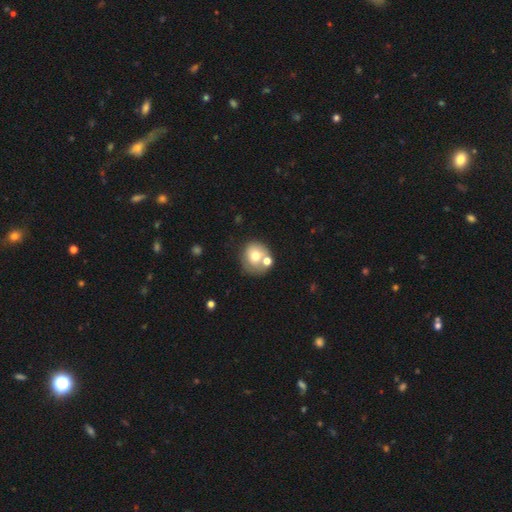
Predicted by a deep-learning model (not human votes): Smooth or featured?
  - smooth: 67% *
  - featured or disk: 24%
  - star or artifact: 9%
How rounded?
  - round: 81% *
  - in between: 18%
  - cigar-shaped: 1%
Merging?
  - none: 49% *
  - merger: 28%
  - minor disturbance: 16%
  - major disturbance: 7%